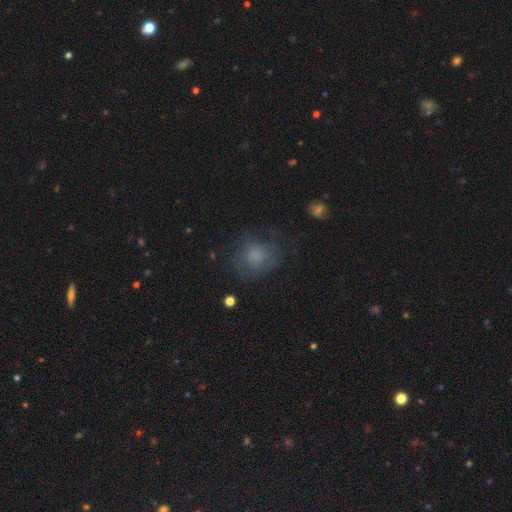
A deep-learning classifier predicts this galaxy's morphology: The model was most divided on "merging": none: 61%, minor disturbance: 21%, major disturbance: 16%, merger: 2%. More confident: how rounded — round (76%); smooth or featured — smooth (65%).